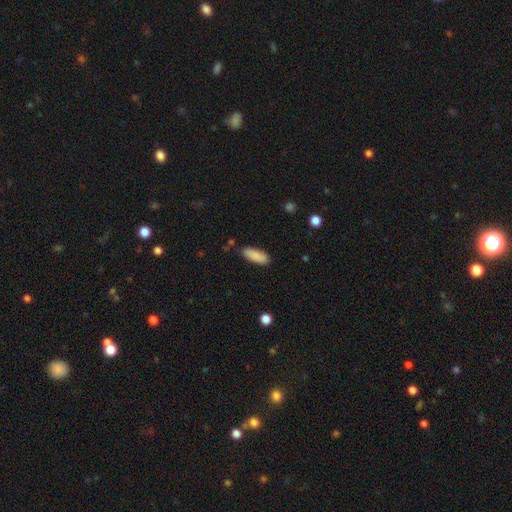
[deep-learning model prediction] Smooth or featured? Predicted: smooth (p=0.89). How rounded? Predicted: in between (p=0.70). Merging? Predicted: none (p=0.84).